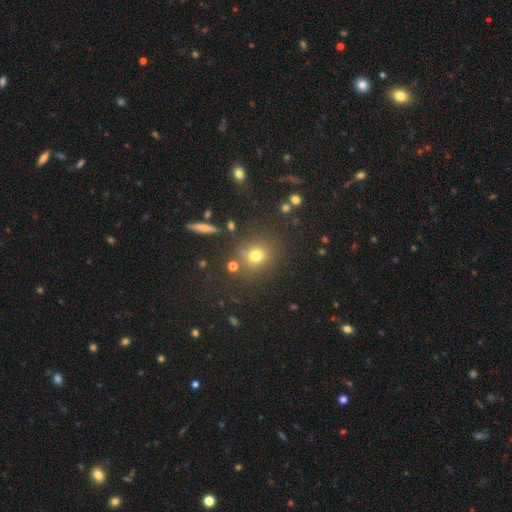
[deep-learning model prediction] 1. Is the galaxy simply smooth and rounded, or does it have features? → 73% smooth, 18% star or artifact, 9% featured or disk.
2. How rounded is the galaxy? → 83% round, 15% in between, 1% cigar-shaped.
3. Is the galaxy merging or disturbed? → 78% none, 10% minor disturbance, 7% merger, 4% major disturbance.